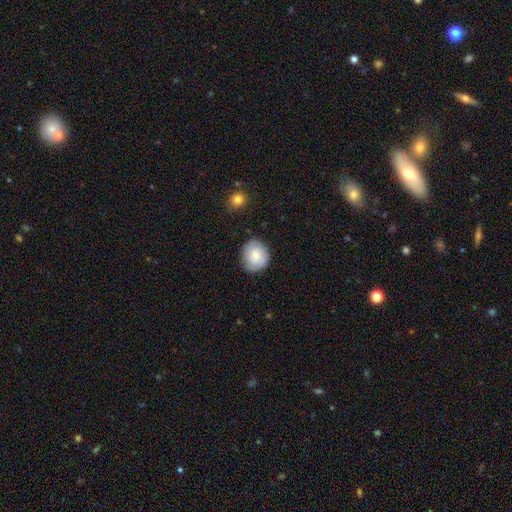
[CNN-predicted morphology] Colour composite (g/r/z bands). It shows a smooth galaxy with no disk features (56%) that is round (78%). Merging: none (83%).